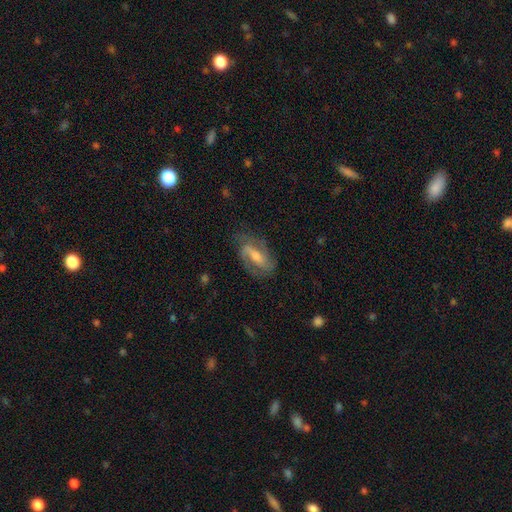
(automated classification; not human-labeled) Morphology: type=featured or disk (78%); edge-on=no (94%); bar=weak (44%); spiral arms=yes (92%); winding=medium (47%); arm count=2 (80%); bulge=moderate (52%); merging=none (73%).